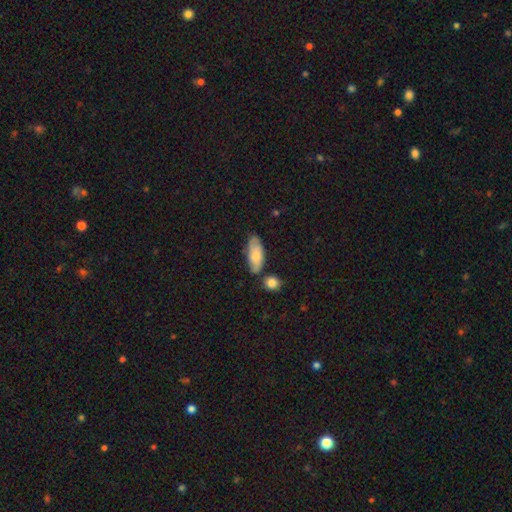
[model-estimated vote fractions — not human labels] This appears to be a smooth galaxy with no disk features (67%) that is in between round and cigar-shaped (82%). Merging: none (66%).